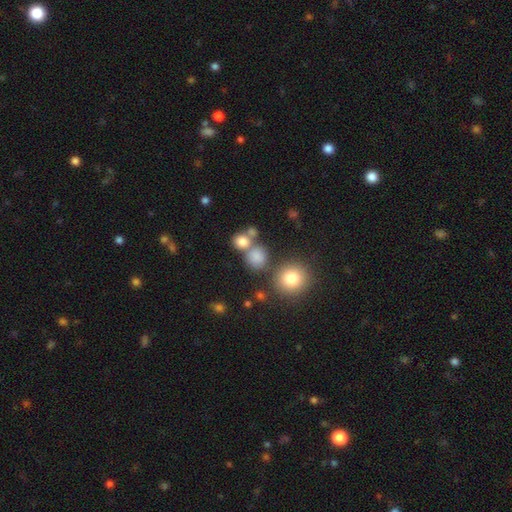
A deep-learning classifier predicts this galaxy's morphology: smooth 80%, star or artifact 12%, featured or disk 7%. Down the decision tree: how rounded — round (83%); merging — none (56%).